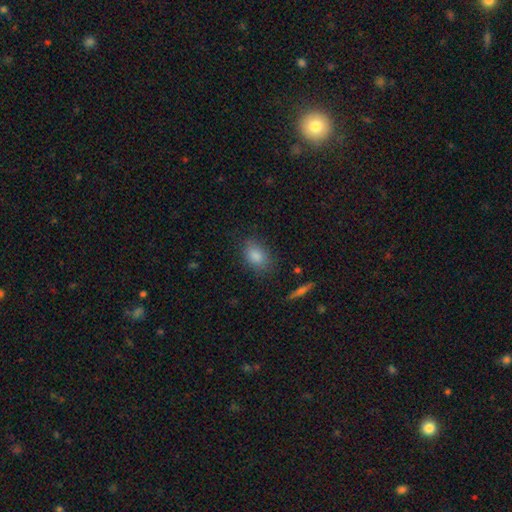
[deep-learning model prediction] The model was most divided on "how rounded": in between: 78%, round: 20%, cigar-shaped: 2%. More confident: smooth or featured — smooth (83%); merging — none (79%).